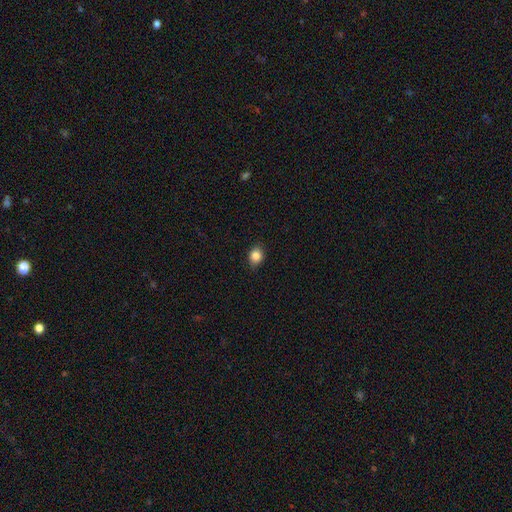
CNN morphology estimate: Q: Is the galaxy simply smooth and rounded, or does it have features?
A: smooth — 85%.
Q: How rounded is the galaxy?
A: in between — 50%.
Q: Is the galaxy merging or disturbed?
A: none — 85%.